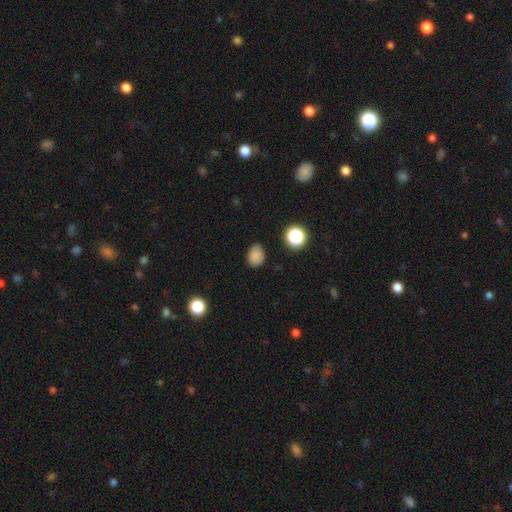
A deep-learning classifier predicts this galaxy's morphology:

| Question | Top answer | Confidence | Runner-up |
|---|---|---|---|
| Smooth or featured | smooth | 82% | star or artifact (13%) |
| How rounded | in between | 59% | round (40%) |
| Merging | none | 78% | minor disturbance (17%) |